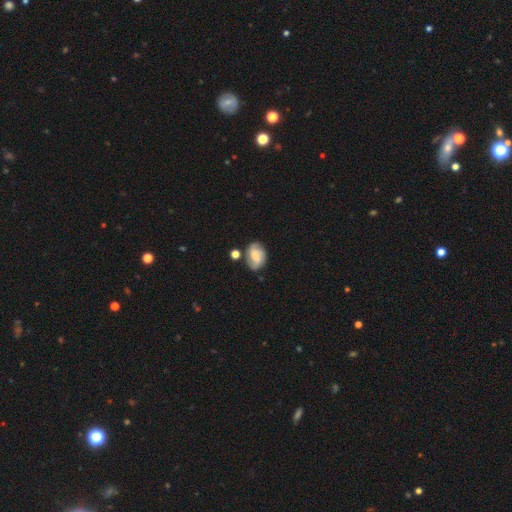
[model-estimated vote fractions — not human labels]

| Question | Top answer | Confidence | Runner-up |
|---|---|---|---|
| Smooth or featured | featured or disk | 54% | smooth (38%) |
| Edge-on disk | no | 97% | yes (3%) |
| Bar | weak | 45% | no (42%) |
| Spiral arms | yes | 90% | no (10%) |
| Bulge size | small | 36% | moderate (31%) |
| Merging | none | 67% | minor disturbance (19%) |